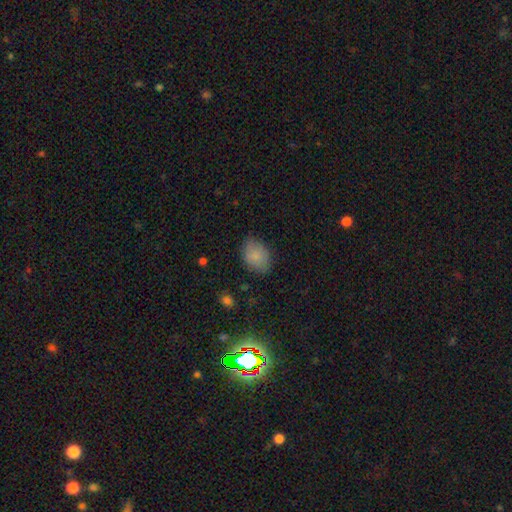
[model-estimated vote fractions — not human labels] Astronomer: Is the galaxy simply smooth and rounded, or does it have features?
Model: smooth — 84%.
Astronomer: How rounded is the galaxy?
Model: in between — 79%.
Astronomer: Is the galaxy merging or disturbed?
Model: none — 77%.